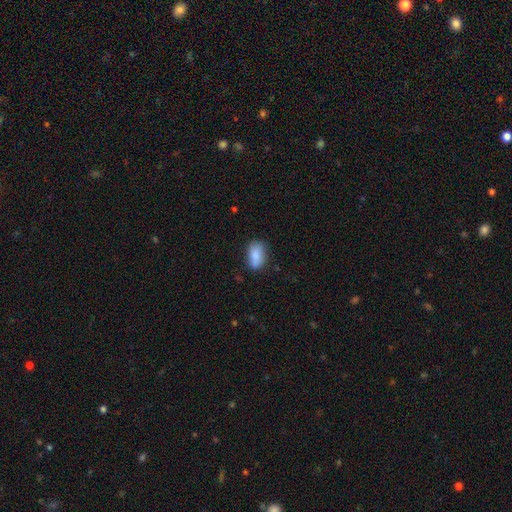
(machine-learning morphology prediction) Smooth or featured: smooth — 85% (star or artifact — 8%)
How rounded: in between — 88% (round — 8%)
Merging: none — 69% (minor disturbance — 24%)